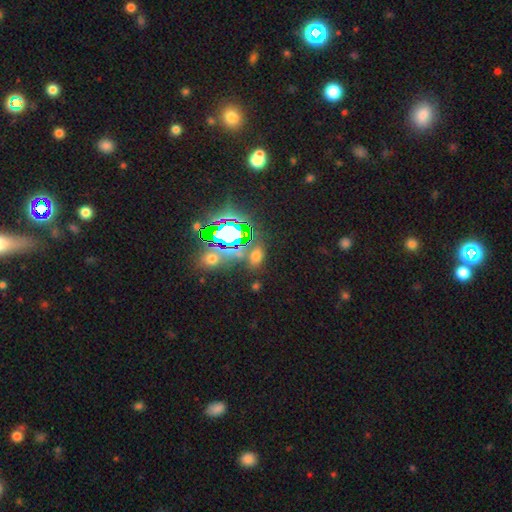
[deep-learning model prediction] This appears to be a smooth galaxy with no disk features (49%). Merging: none (76%).